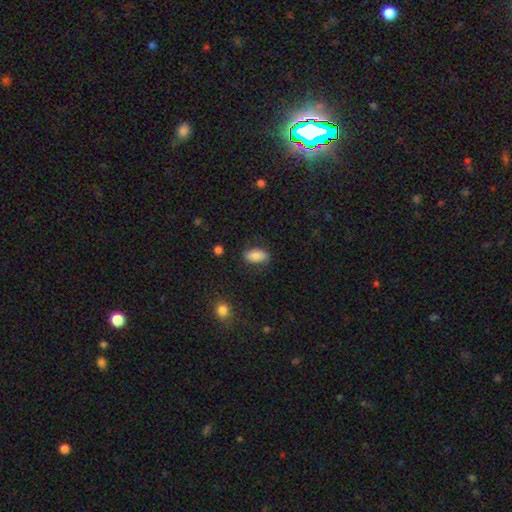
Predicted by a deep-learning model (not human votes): Smooth or featured? Predicted: smooth (p=0.83). How rounded? Predicted: in between (p=0.92). Merging? Predicted: none (p=0.79).